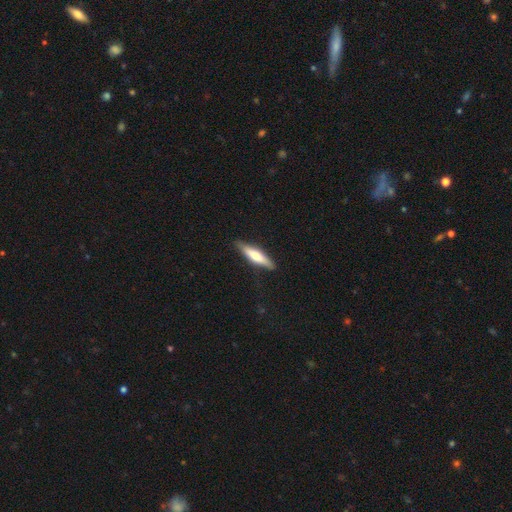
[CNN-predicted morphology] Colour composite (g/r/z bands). It shows a smooth galaxy with no disk features (55%) that is cigar-shaped (79%). Merging: none (84%).